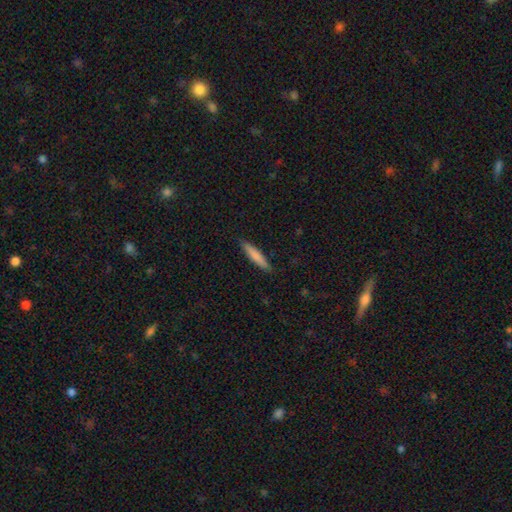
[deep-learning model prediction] This appears to be a smooth galaxy with no disk features (78%) that is cigar-shaped (89%). Merging: none (88%).